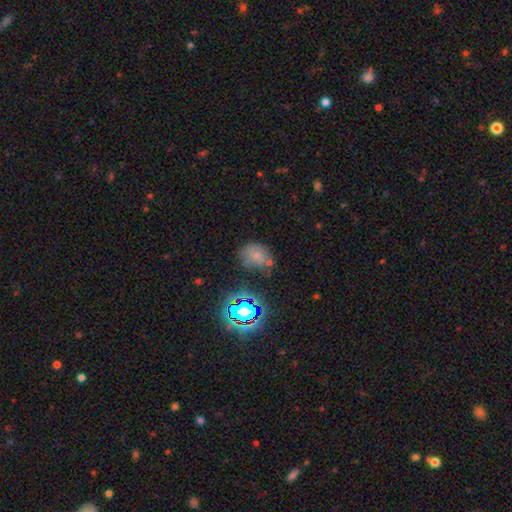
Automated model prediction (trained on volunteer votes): Smooth or featured?
  - smooth: 52% *
  - featured or disk: 25%
  - star or artifact: 23%
How rounded?
  - in between: 53% *
  - round: 46%
  - cigar-shaped: 1%
Merging?
  - none: 51% *
  - minor disturbance: 25%
  - major disturbance: 12%
  - merger: 11%